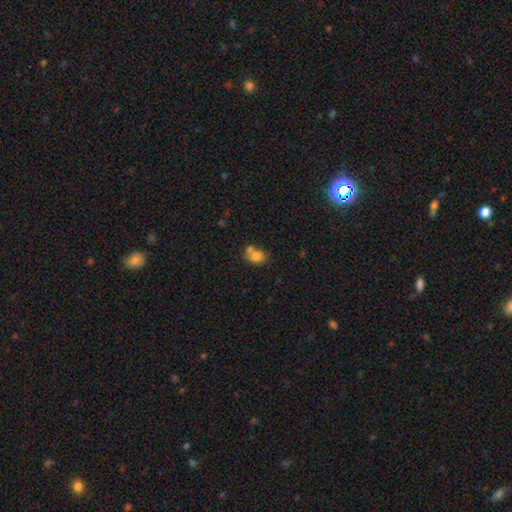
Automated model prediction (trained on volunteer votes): smooth 79%, featured or disk 11%, star or artifact 10%. Down the decision tree: how rounded — in between (52%); merging — none (41%).